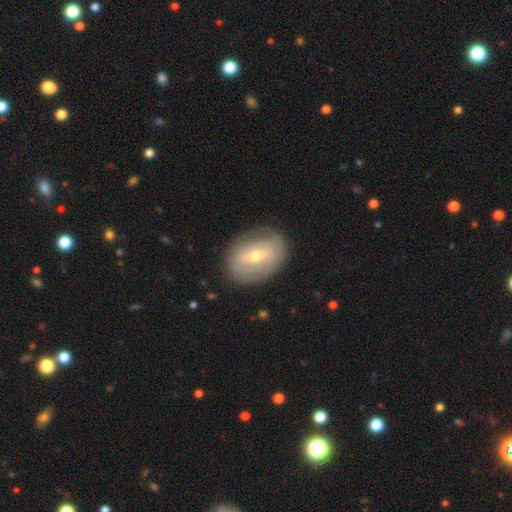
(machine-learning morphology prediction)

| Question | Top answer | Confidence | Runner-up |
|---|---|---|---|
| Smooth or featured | featured or disk | 56% | smooth (37%) |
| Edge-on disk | no | 91% | yes (9%) |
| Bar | weak | 44% | strong (31%) |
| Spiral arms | no | 60% | yes (40%) |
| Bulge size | moderate | 49% | small (47%) |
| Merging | none | 81% | minor disturbance (14%) |